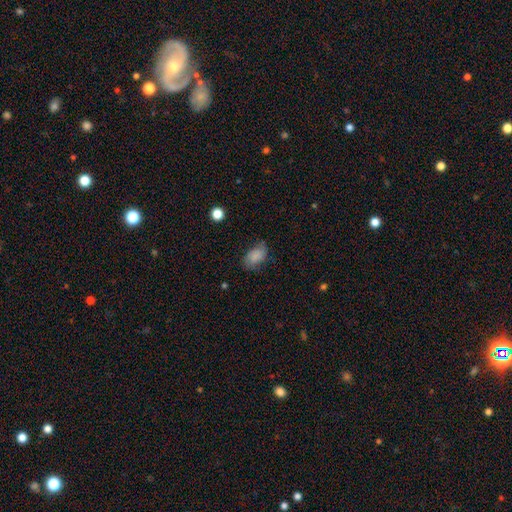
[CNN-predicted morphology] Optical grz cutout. It shows a smooth galaxy with no disk features (73%) that is in between round and cigar-shaped (89%). Merging: none (59%).